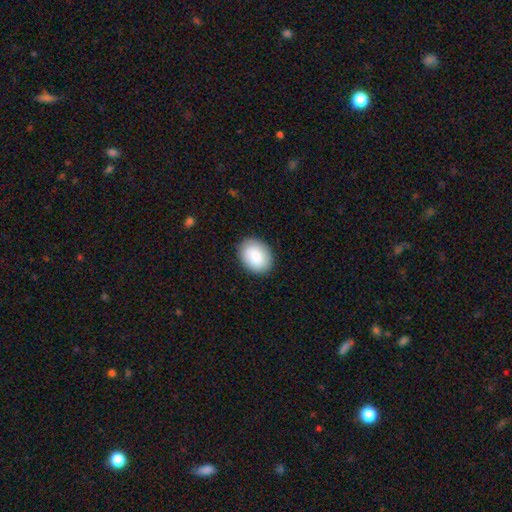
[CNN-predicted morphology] Smooth or featured? smooth (86%)
How rounded? in between (64%)
Merging? none (87%)